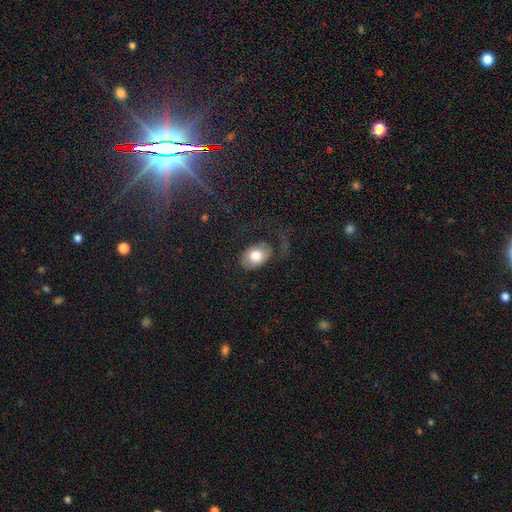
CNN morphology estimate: type=smooth (70%); roundness=in between (83%); merging=none (54%).